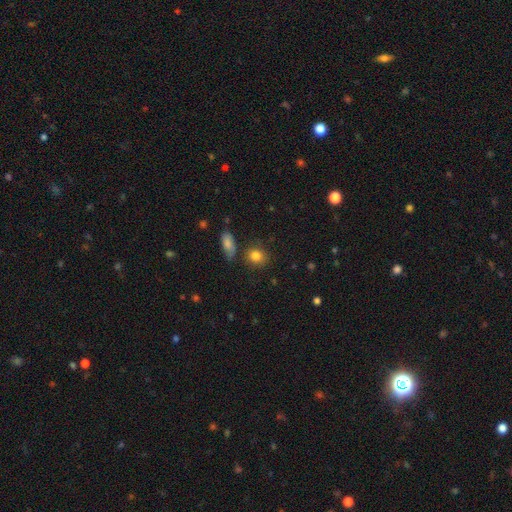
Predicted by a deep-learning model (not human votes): A smooth galaxy with no disk features (84%) that is round (70%).

Vote fractions:
- Smooth or featured? smooth: 84% / star or artifact: 9% / featured or disk: 7%
- How rounded? round: 70% / in between: 28% / cigar-shaped: 2%
- Merging? none: 76% / minor disturbance: 13% / merger: 6% / major disturbance: 4%